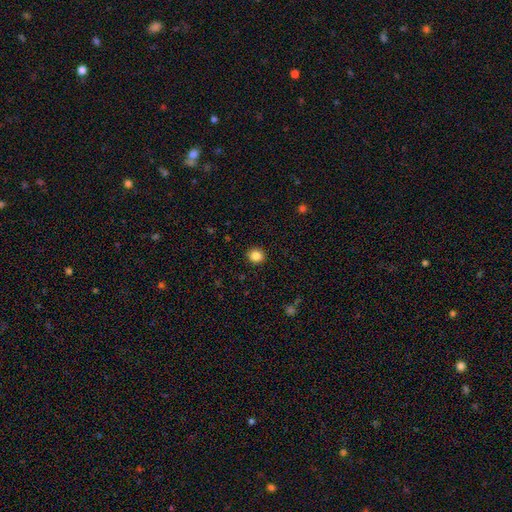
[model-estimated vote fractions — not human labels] Smooth or featured? smooth (85%)
How rounded? round (84%)
Merging? none (92%)